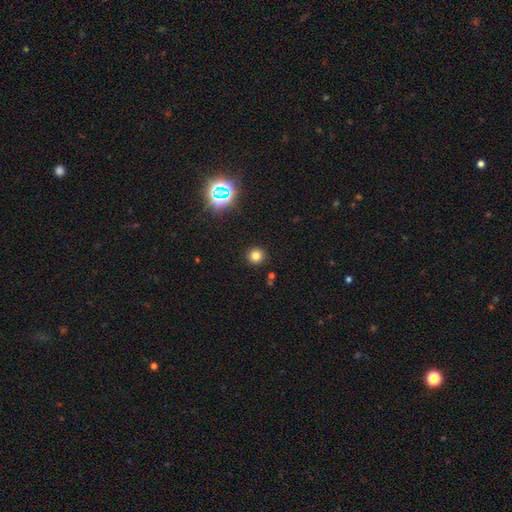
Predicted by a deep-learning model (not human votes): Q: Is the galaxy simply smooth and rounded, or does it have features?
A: smooth — 75%.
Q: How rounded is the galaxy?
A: round — 94%.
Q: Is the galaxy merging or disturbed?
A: none — 91%.